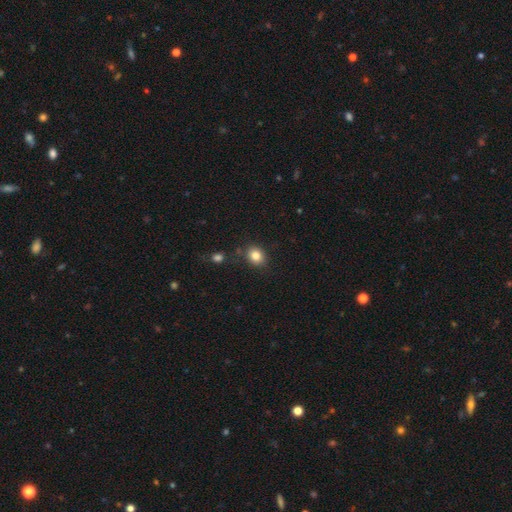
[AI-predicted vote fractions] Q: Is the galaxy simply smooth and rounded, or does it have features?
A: smooth — 83%.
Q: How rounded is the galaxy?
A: round — 59%.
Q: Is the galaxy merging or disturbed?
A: none — 79%.